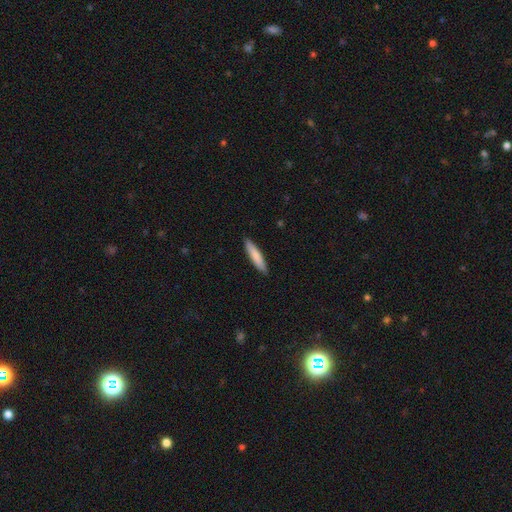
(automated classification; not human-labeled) A smooth galaxy with no disk features (81%) that is cigar-shaped (86%).

Vote fractions:
- Smooth or featured? smooth: 81% / featured or disk: 14% / star or artifact: 5%
- How rounded? cigar-shaped: 86% / in between: 13% / round: 1%
- Merging? none: 90% / minor disturbance: 8% / major disturbance: 1% / merger: 1%